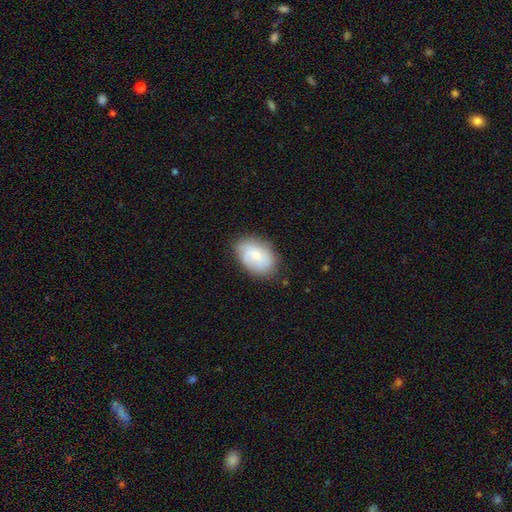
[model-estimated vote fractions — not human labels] A smooth galaxy with no disk features (59%) that is in between round and cigar-shaped (83%).

Vote fractions:
- Smooth or featured? smooth: 59% / featured or disk: 33% / star or artifact: 8%
- How rounded? in between: 83% / round: 16% / cigar-shaped: 1%
- Merging? none: 72% / minor disturbance: 21% / major disturbance: 5% / merger: 2%